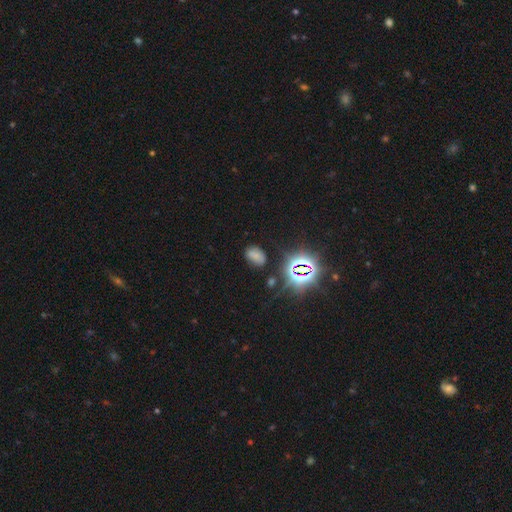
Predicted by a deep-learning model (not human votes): smooth 58%, star or artifact 32%, featured or disk 10%. Down the decision tree: how rounded — in between (85%); merging — none (72%).